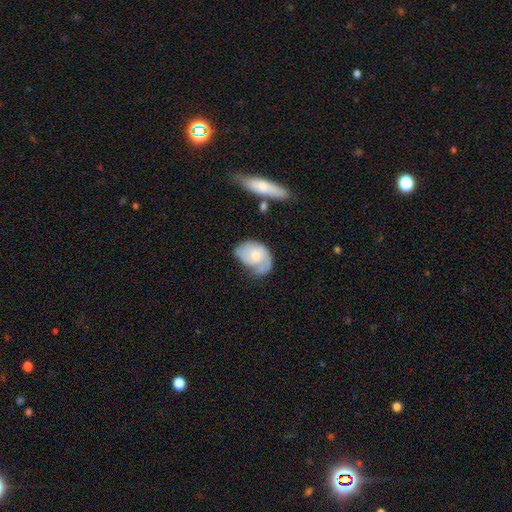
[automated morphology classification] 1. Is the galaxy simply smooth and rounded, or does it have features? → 49% featured or disk, 45% smooth, 6% star or artifact.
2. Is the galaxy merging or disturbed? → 42% none, 34% minor disturbance, 18% major disturbance, 6% merger.